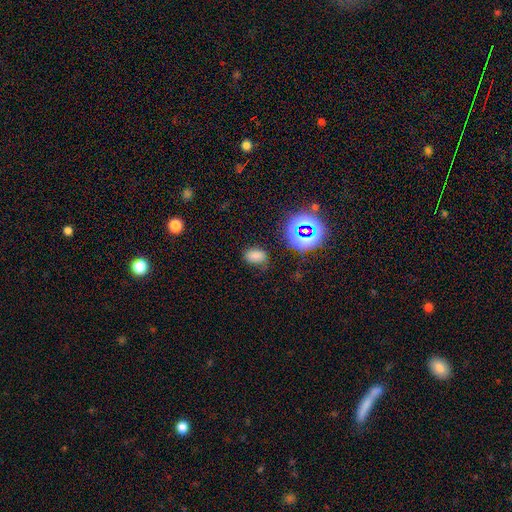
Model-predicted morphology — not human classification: Smooth or featured? smooth (70%)
How rounded? in between (84%)
Merging? none (74%)